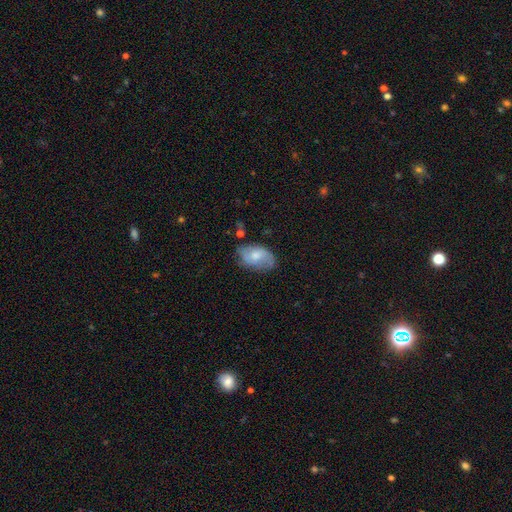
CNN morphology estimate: Smooth or featured? smooth (54%)
How rounded? in between (89%)
Merging? none (62%)